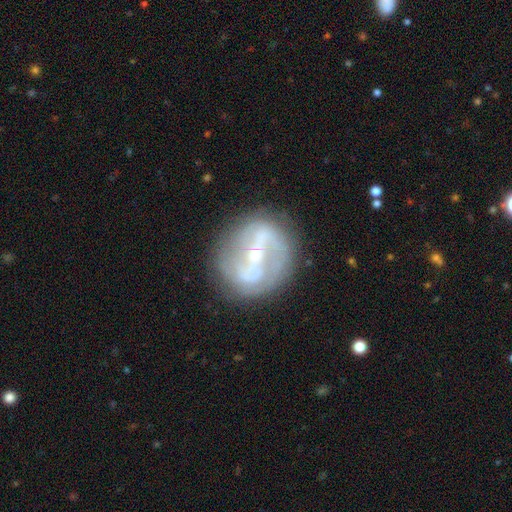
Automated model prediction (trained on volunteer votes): This appears to be a featured or disk galaxy (82%) with a strong bar (59%), 2 (73%) medium (41%) spiral arms (80%) and a small central bulge (71%). Merging: none (78%).